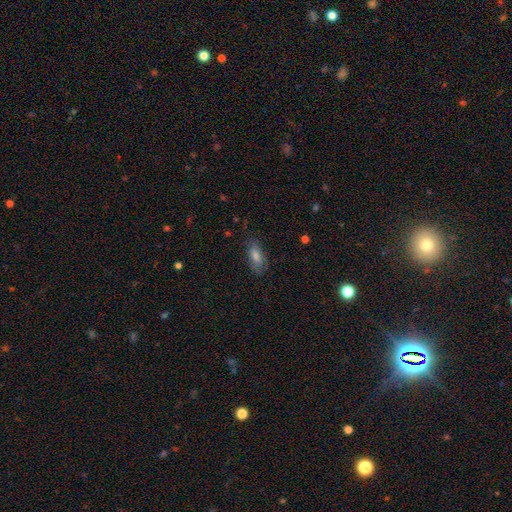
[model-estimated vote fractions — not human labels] Q: Smooth or featured?
A: smooth (64%); runner-up: featured or disk (22%)
Q: How rounded?
A: in between (77%); runner-up: cigar-shaped (19%)
Q: Merging?
A: none (75%); runner-up: minor disturbance (18%)